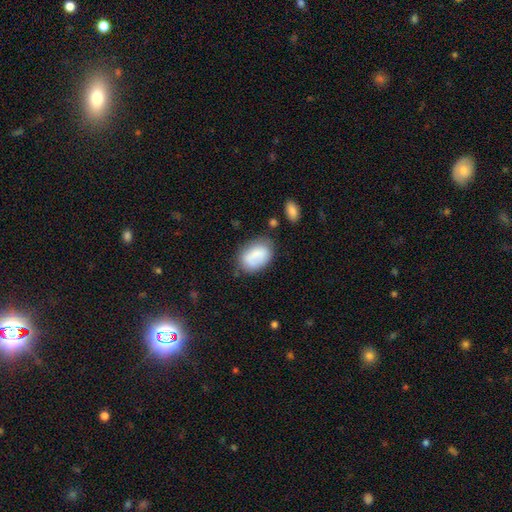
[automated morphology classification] A smooth galaxy with no disk features (77%) that is in between round and cigar-shaped (84%).

Vote fractions:
- Smooth or featured? smooth: 77% / featured or disk: 15% / star or artifact: 7%
- How rounded? in between: 84% / round: 15% / cigar-shaped: 1%
- Merging? none: 59% / minor disturbance: 24% / major disturbance: 9% / merger: 8%